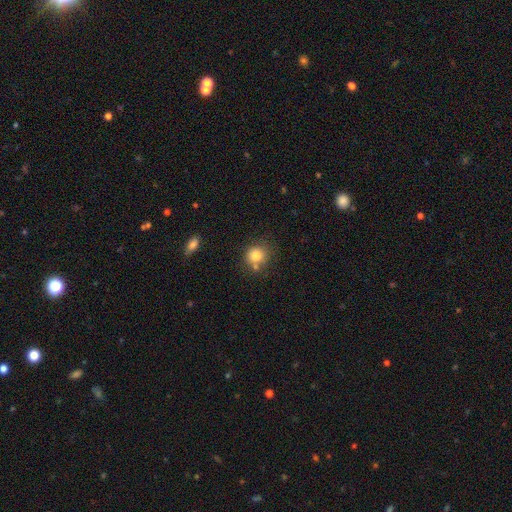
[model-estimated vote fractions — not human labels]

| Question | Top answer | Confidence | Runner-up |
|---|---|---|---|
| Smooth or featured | smooth | 82% | star or artifact (11%) |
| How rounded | round | 84% | in between (15%) |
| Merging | none | 66% | minor disturbance (15%) |